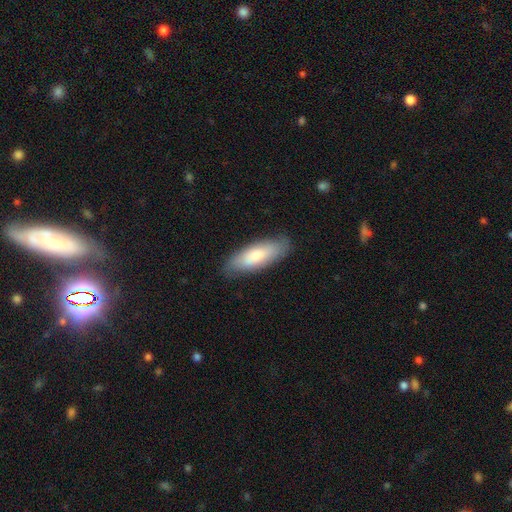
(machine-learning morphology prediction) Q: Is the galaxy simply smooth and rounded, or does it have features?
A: smooth — 73%.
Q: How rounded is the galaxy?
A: in between — 69%.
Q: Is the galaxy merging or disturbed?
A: none — 82%.